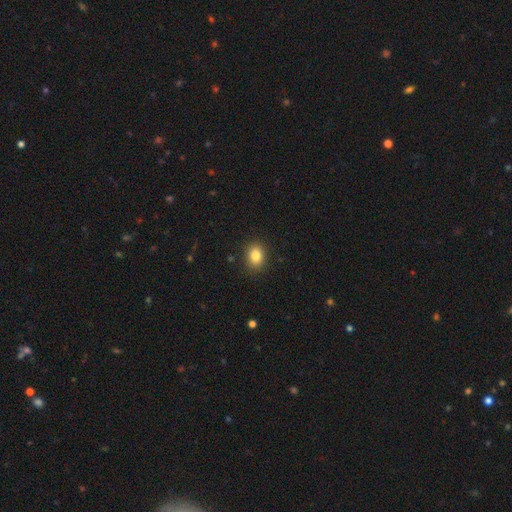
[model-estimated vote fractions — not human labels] This appears to be a smooth galaxy with no disk features (85%) that is in between round and cigar-shaped (61%). Merging: none (89%).